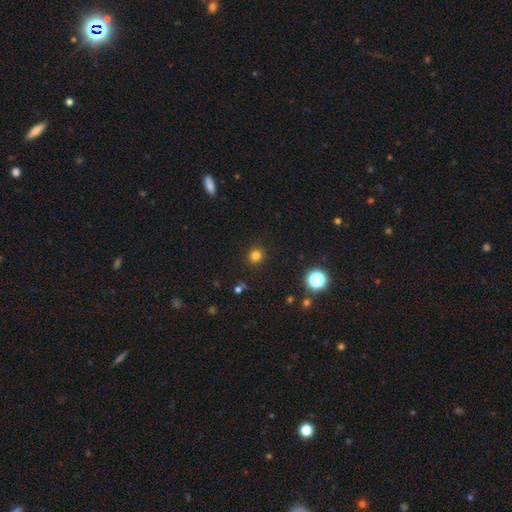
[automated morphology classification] Smooth or featured?
  - smooth: 80% *
  - star or artifact: 15%
  - featured or disk: 5%
How rounded?
  - round: 87% *
  - in between: 12%
  - cigar-shaped: 1%
Merging?
  - none: 91% *
  - minor disturbance: 6%
  - major disturbance: 2%
  - merger: 1%